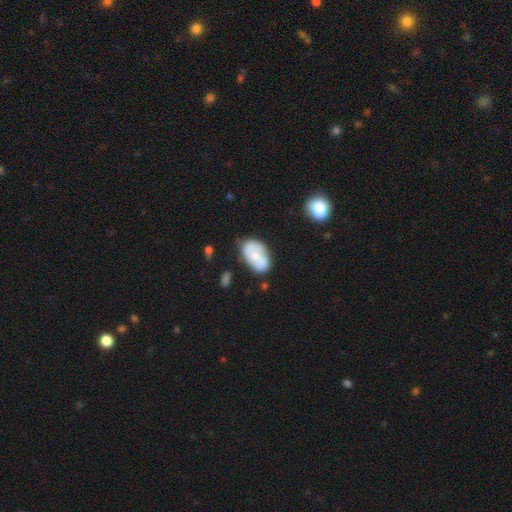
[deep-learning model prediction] Smooth or featured? smooth (53%)
How rounded? in between (90%)
Merging? none (58%)